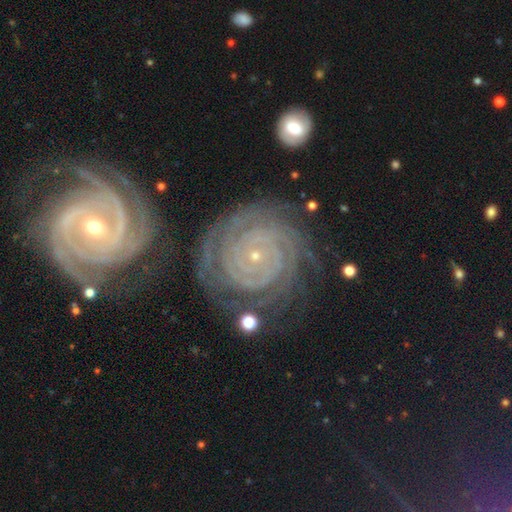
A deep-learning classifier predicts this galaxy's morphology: This is clearly a featured or disk galaxy (87%). It is clearly not viewed edge-on (97%). Bar: likely no (75%). Spiral arm pattern: clearly yes (98%). Spiral arm count: marginally 2 (26%). Spiral winding: clearly tight (88%). Central bulge: clearly small (83%). Merging: likely none (70%).